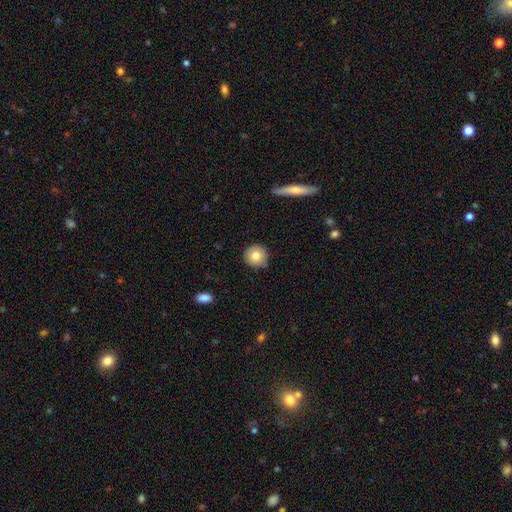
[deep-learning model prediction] Overall: smooth (80%). How rounded: round (94%). Merging: none (89%).